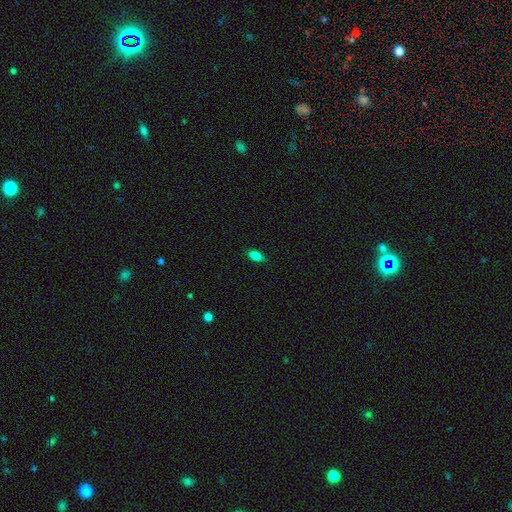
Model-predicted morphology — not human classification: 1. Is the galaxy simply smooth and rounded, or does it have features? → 83% smooth, 9% star or artifact, 8% featured or disk.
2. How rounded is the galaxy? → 88% in between, 7% cigar-shaped, 5% round.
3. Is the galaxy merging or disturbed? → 87% none, 10% minor disturbance, 2% major disturbance, 1% merger.